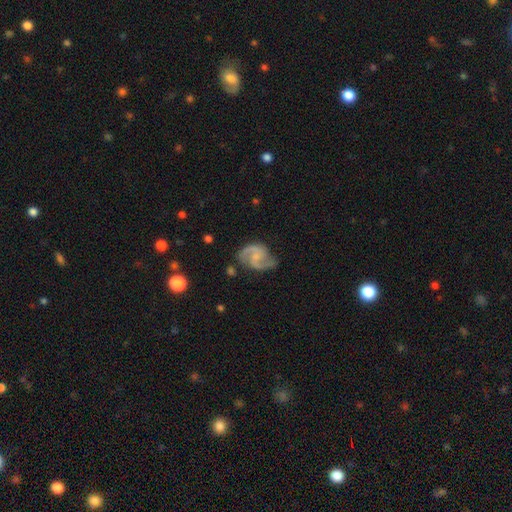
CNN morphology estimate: Smooth or featured?
  - featured or disk: 87% *
  - smooth: 8%
  - star or artifact: 5%
Edge-on disk?
  - no: 98% *
  - yes: 2%
Bar?
  - no: 48% *
  - weak: 43%
  - strong: 9%
Spiral arms?
  - yes: 97% *
  - no: 3%
Spiral winding?
  - medium: 57% *
  - loose: 28%
  - tight: 15%
Spiral arm count?
  - 2: 92% *
  - can't tell: 2%
  - 3: 2%
  - 1: 2%
  - 4: 1%
  - more than 4: 1%
Bulge size?
  - small: 49% *
  - none: 29%
  - moderate: 20%
  - large: 2%
  - dominant: 1%
Merging?
  - none: 70% *
  - minor disturbance: 20%
  - major disturbance: 7%
  - merger: 3%